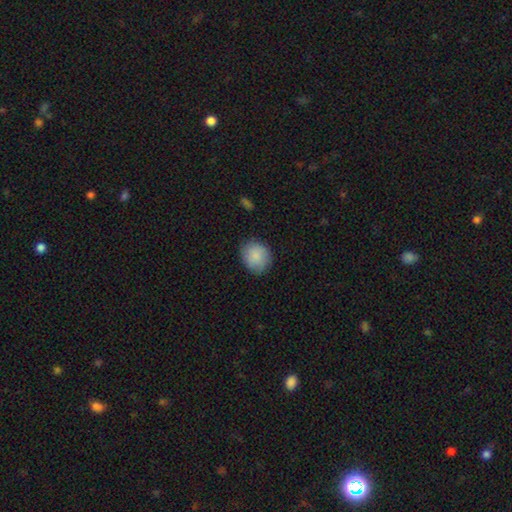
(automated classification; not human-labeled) This is clearly a smooth galaxy (87%). How rounded: likely round (72%). Merging: clearly none (82%).